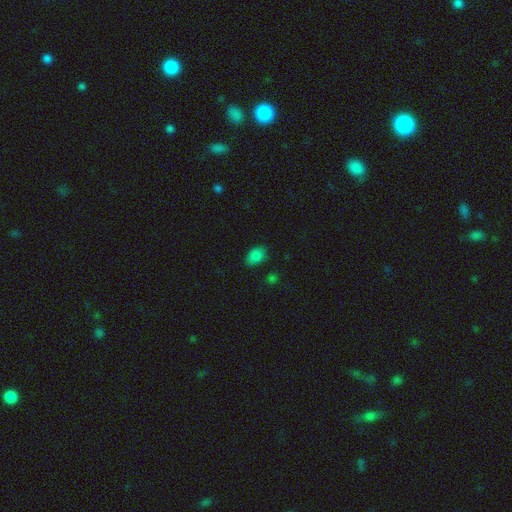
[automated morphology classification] Smooth or featured?
  - smooth: 84% *
  - star or artifact: 11%
  - featured or disk: 5%
How rounded?
  - in between: 83% *
  - round: 15%
  - cigar-shaped: 1%
Merging?
  - none: 80% *
  - minor disturbance: 15%
  - major disturbance: 3%
  - merger: 2%